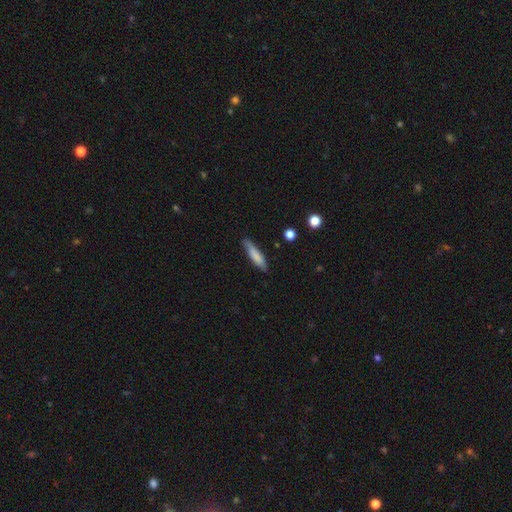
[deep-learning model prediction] Smooth or featured? smooth (75%)
How rounded? cigar-shaped (79%)
Merging? none (73%)